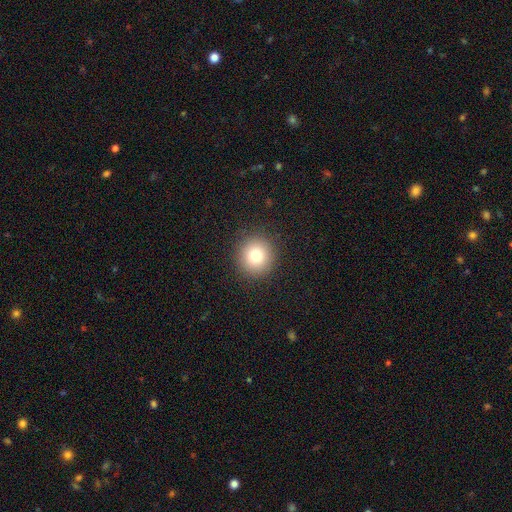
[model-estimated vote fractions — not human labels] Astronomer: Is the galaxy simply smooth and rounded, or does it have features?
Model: smooth — 78%.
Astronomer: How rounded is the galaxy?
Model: round — 93%.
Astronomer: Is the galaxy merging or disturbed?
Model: none — 91%.